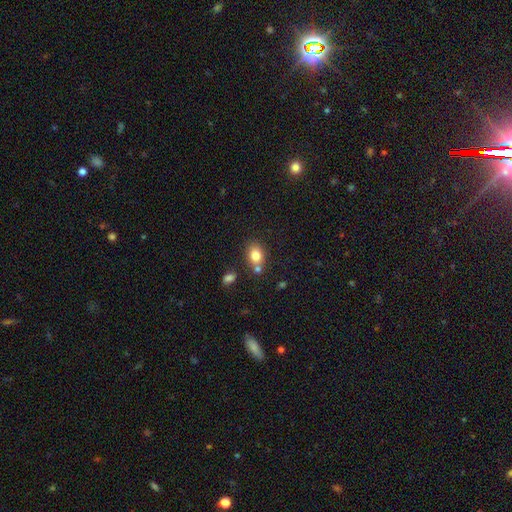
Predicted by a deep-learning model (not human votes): This appears to be a smooth galaxy with no disk features (81%) that is in between round and cigar-shaped (62%). Merging: none (64%).